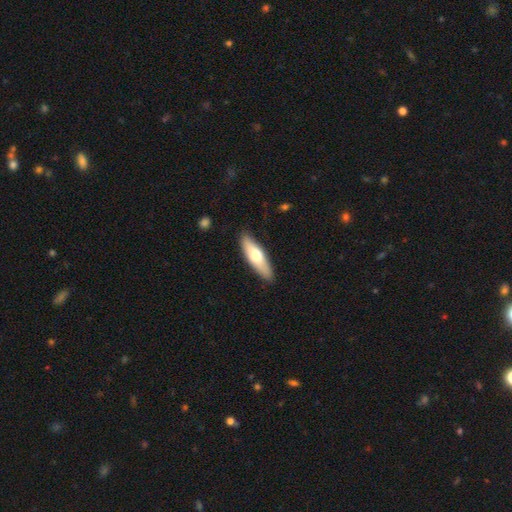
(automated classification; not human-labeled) Smooth or featured: smooth — 61% (featured or disk — 34%)
How rounded: cigar-shaped — 55% (in between — 43%)
Merging: none — 88% (minor disturbance — 9%)